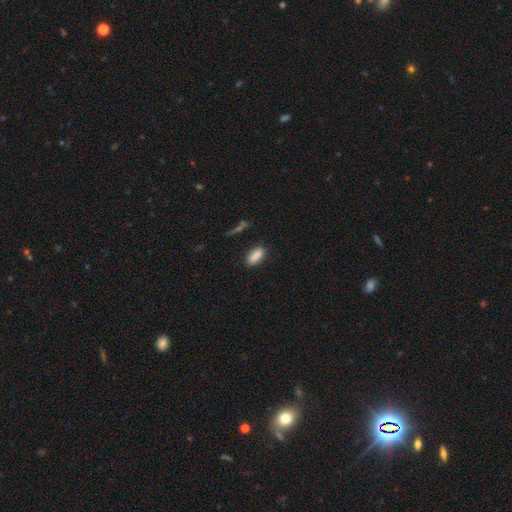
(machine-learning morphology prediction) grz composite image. It shows a smooth galaxy with no disk features (88%) that is in between round and cigar-shaped (79%). Merging: none (83%).